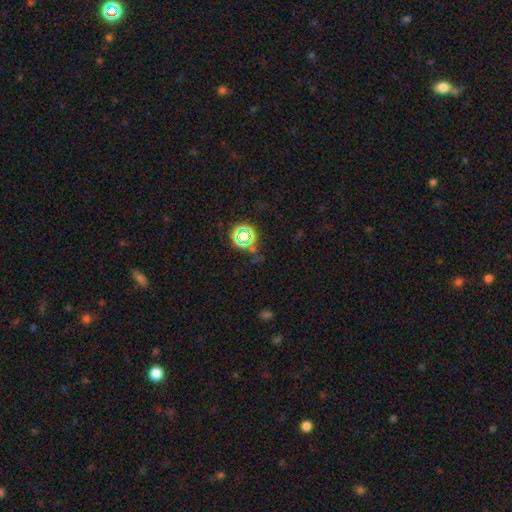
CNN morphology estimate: Q: Smooth or featured?
A: star or artifact (65%); runner-up: smooth (25%)